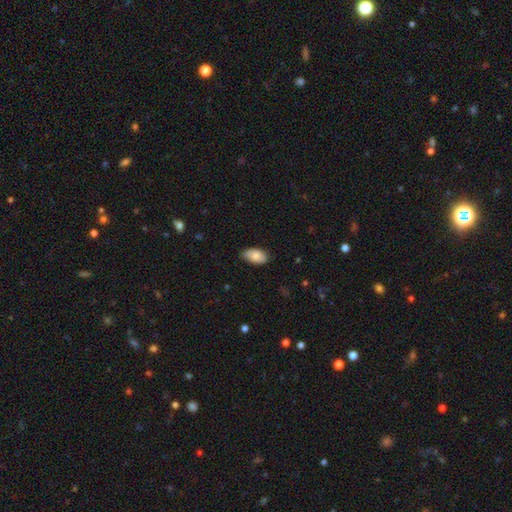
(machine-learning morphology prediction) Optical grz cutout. It shows a smooth galaxy with no disk features (84%) that is in between round and cigar-shaped (94%). Merging: none (76%).